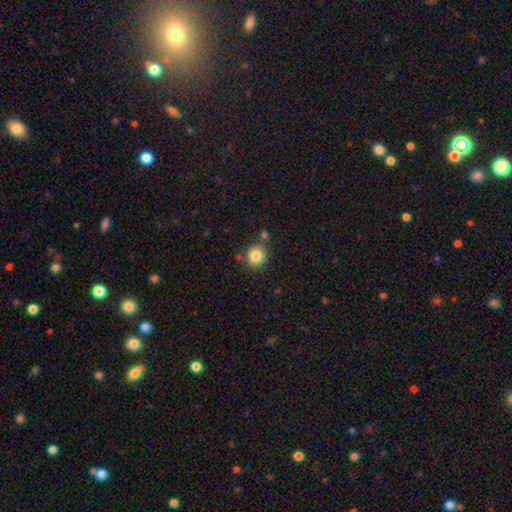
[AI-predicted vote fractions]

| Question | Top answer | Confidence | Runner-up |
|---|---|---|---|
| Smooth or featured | smooth | 84% | star or artifact (10%) |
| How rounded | round | 85% | in between (14%) |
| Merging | none | 78% | minor disturbance (10%) |